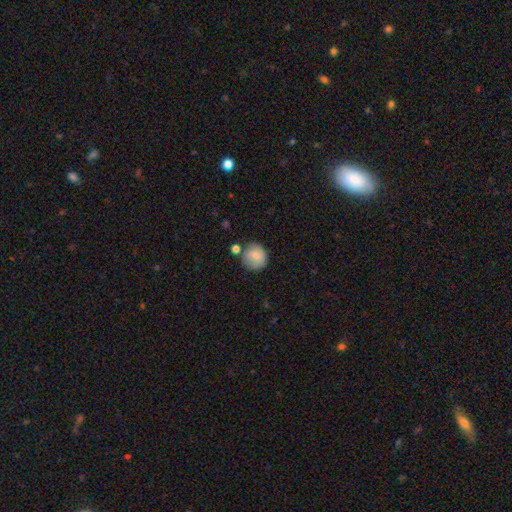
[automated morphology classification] smooth 80%, featured or disk 12%, star or artifact 8%. Down the decision tree: how rounded — round (89%); merging — none (67%).